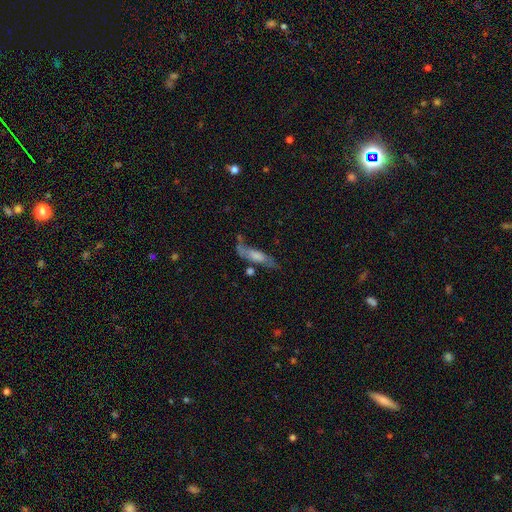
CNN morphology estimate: A smooth galaxy with no disk features (53%) that is cigar-shaped (62%).

Vote fractions:
- Smooth or featured? smooth: 53% / featured or disk: 39% / star or artifact: 8%
- How rounded? cigar-shaped: 62% / in between: 35% / round: 3%
- Merging? none: 48% / minor disturbance: 25% / major disturbance: 15% / merger: 12%